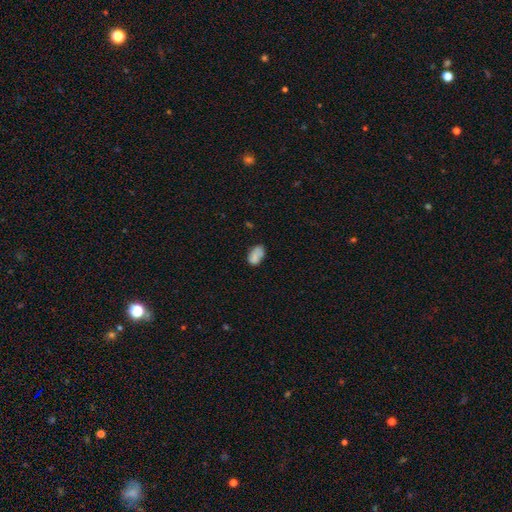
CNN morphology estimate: This appears to be a smooth galaxy with no disk features (79%) that is in between round and cigar-shaped (90%). Merging: none (59%).